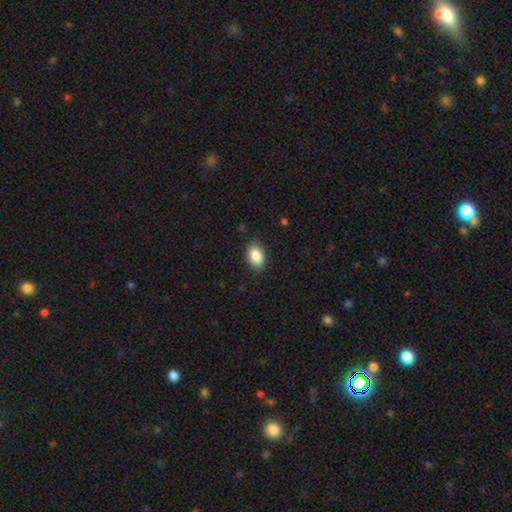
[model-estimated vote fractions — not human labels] Overall: smooth (86%). How rounded: in between (87%). Merging: none (85%).